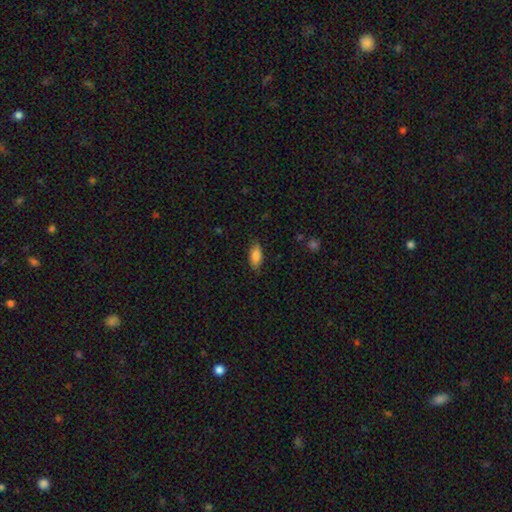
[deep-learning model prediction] Morphology: type=smooth (85%); roundness=in between (86%); merging=none (82%).